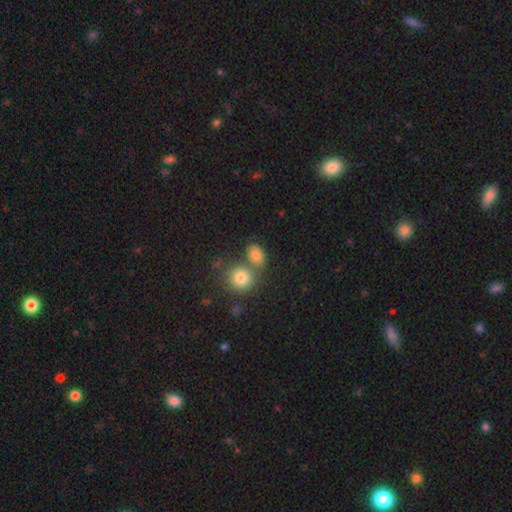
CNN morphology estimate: Smooth or featured? smooth (79%)
How rounded? in between (67%)
Merging? none (53%)